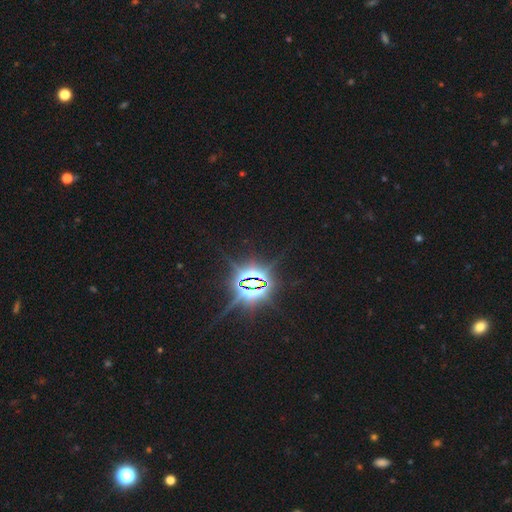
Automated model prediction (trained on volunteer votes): Morphology: type=star or artifact (86%).